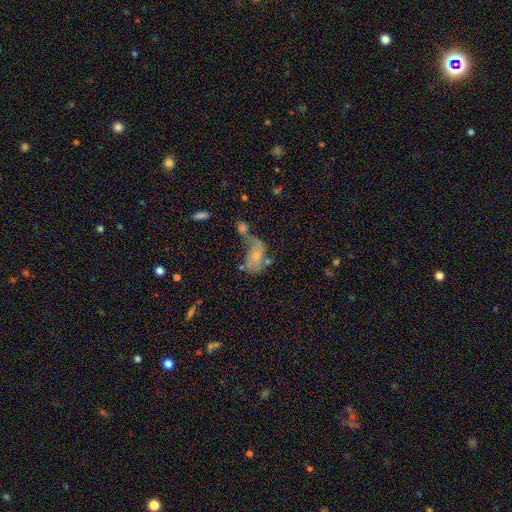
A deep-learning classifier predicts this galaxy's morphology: Overall: smooth (48%; featured or disk 41%). Merging: merger (36%; major disturbance 28%).